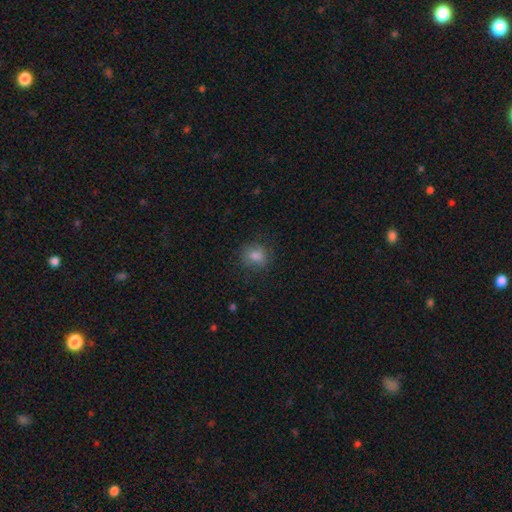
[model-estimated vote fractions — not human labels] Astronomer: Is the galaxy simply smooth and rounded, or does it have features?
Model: smooth — 77%.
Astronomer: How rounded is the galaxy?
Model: round — 74%.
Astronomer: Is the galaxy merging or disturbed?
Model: none — 79%.